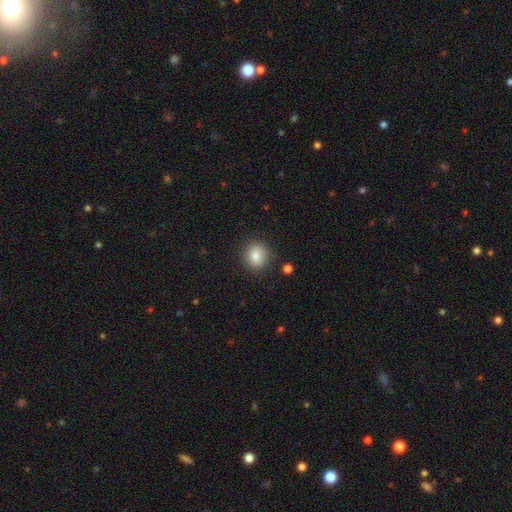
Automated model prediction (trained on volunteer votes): Overall: smooth (84%). How rounded: round (79%). Merging: none (87%).